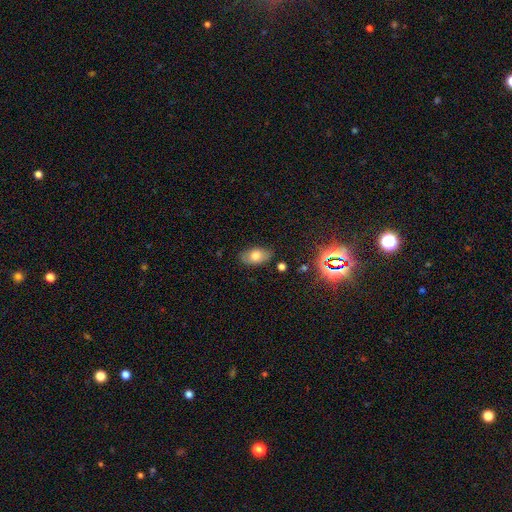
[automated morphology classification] smooth-or-featured: smooth: 73% | featured or disk: 16% | star or artifact: 10%
  how-rounded: in between: 91% | round: 7% | cigar-shaped: 2%
  merging: none: 81% | minor disturbance: 14% | major disturbance: 3% | merger: 2%